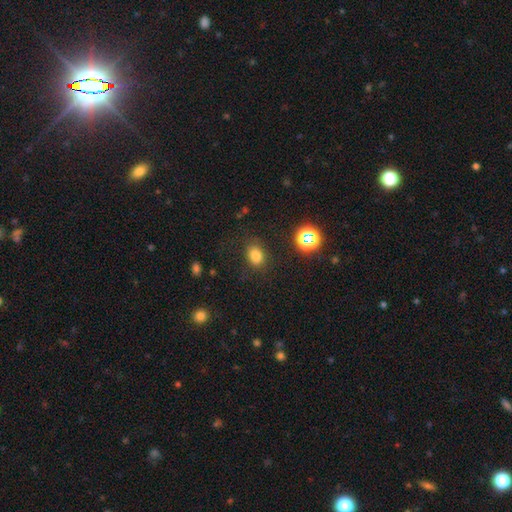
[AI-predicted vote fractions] Q: Smooth or featured?
A: smooth (76%); runner-up: star or artifact (17%)
Q: How rounded?
A: in between (63%); runner-up: round (35%)
Q: Merging?
A: none (81%); runner-up: minor disturbance (12%)